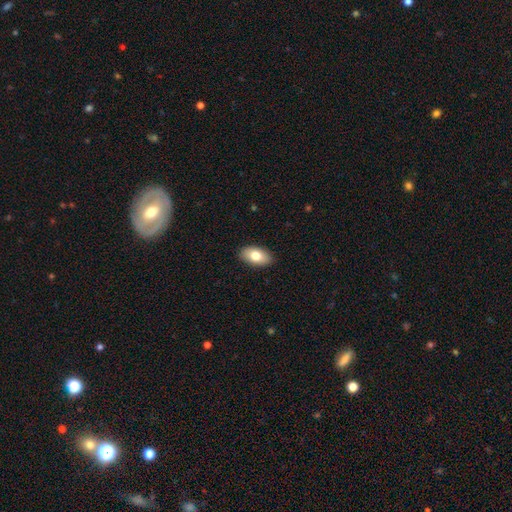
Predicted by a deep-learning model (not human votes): A smooth galaxy with no disk features (77%) that is in between round and cigar-shaped (93%). Merging: none (89%).